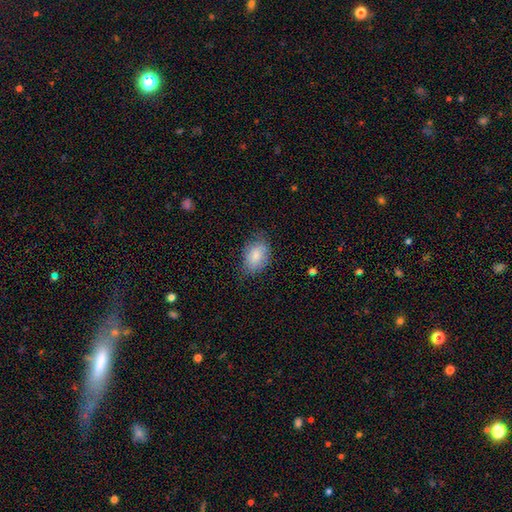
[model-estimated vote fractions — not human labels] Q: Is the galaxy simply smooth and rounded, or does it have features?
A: smooth — 83%.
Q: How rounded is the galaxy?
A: in between — 84%.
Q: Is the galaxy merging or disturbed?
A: none — 71%.